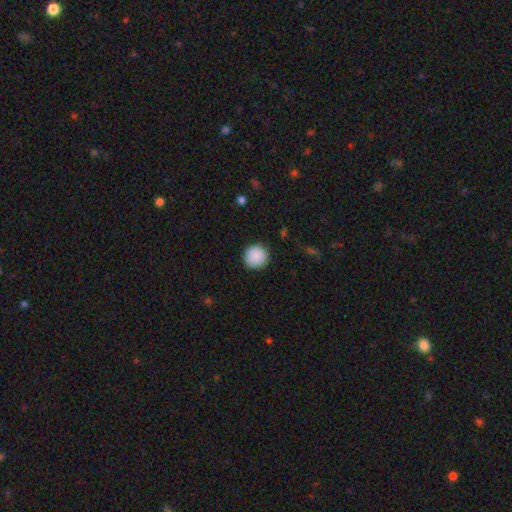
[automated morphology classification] type=smooth (89%); roundness=round (95%); merging=none (91%).